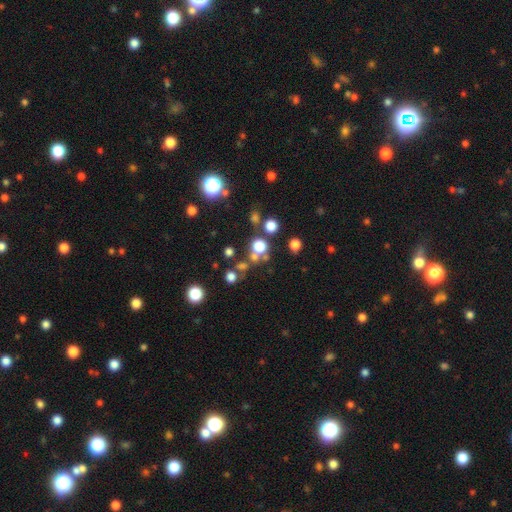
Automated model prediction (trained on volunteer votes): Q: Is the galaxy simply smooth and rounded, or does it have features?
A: star or artifact — 55%.